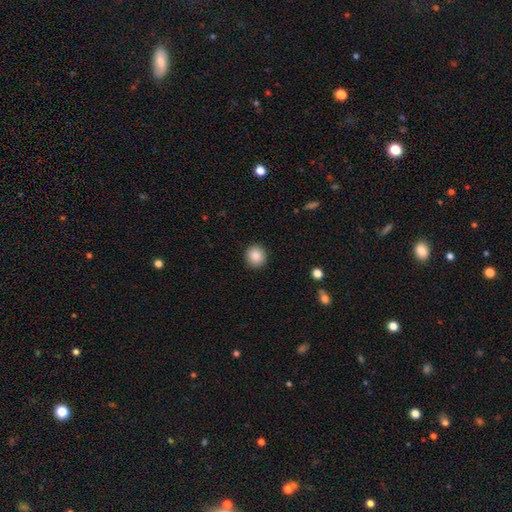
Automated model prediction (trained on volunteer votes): This appears to be a smooth galaxy with no disk features (88%) that is round (91%). Merging: none (92%).